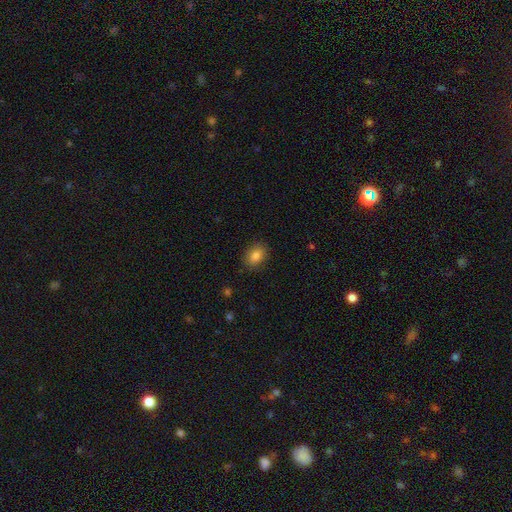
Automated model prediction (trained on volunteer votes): This appears to be a smooth galaxy with no disk features (84%) that is in between round and cigar-shaped (71%). Merging: none (87%).